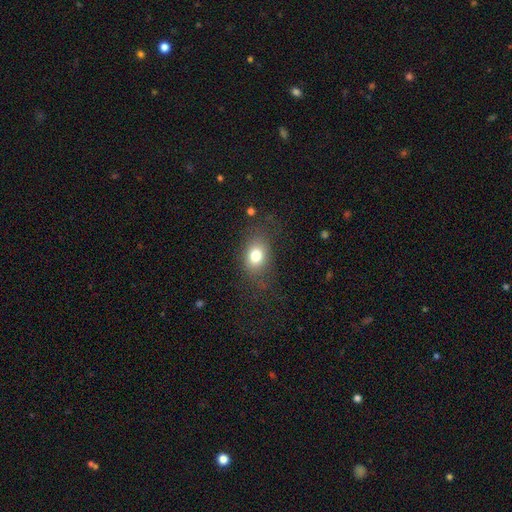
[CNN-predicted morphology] smooth-or-featured: smooth: 76% | featured or disk: 12% | star or artifact: 12%
  how-rounded: in between: 63% | round: 35% | cigar-shaped: 1%
  merging: none: 75% | minor disturbance: 15% | major disturbance: 8% | merger: 1%